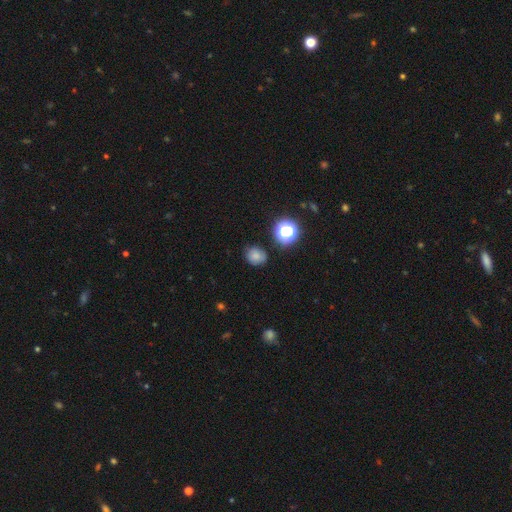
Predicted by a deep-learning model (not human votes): Smooth or featured? smooth (74%)
How rounded? round (65%)
Merging? none (75%)